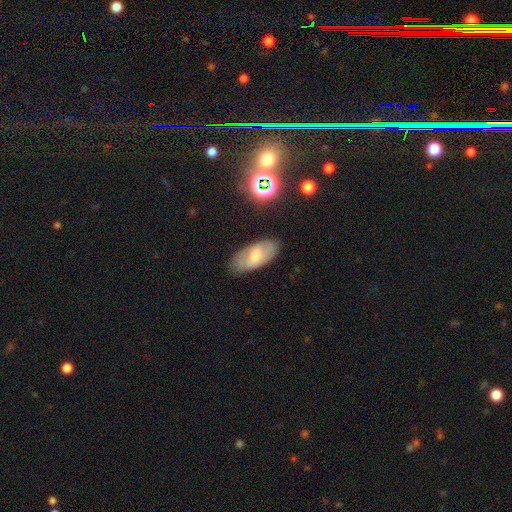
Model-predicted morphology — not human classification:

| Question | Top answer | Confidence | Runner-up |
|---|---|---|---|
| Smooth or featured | smooth | 55% | featured or disk (37%) |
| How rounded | in between | 92% | cigar-shaped (5%) |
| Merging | none | 76% | minor disturbance (18%) |